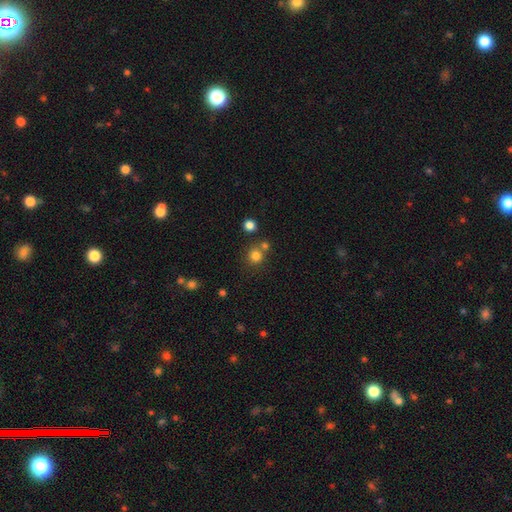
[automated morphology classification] smooth_or_featured: smooth (p=0.79) [alt: star or artifact p=0.15]
how_rounded: round (p=0.90) [alt: in between p=0.09]
merging: none (p=0.67) [alt: merger p=0.22]